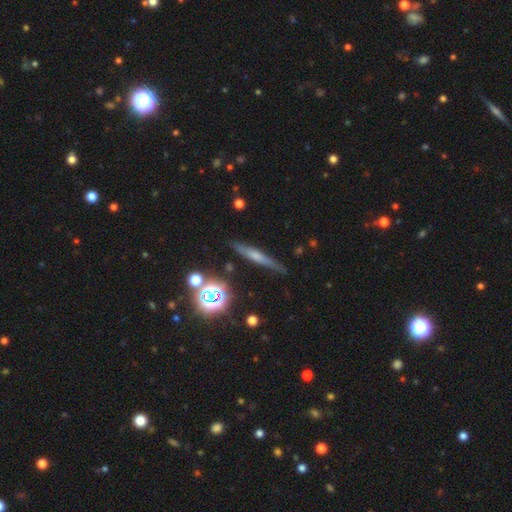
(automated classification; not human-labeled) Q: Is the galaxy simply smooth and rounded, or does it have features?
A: featured or disk — 49%.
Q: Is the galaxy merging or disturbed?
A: none — 85%.